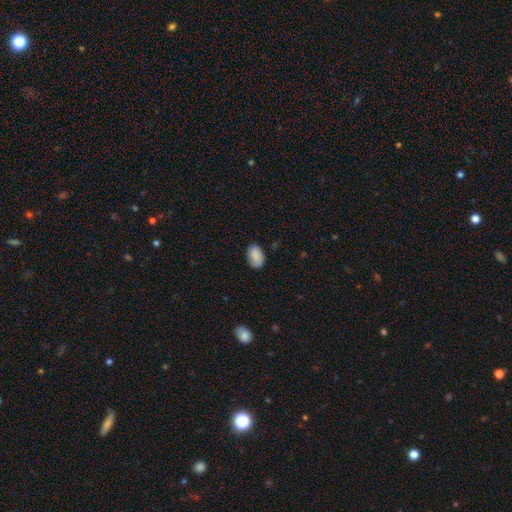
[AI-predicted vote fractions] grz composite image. It shows a smooth galaxy with no disk features (86%) that is in between round and cigar-shaped (89%). Merging: none (78%).